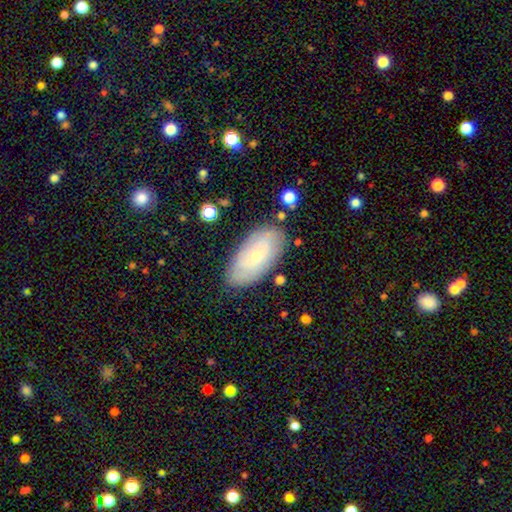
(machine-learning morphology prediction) Q: Smooth or featured?
A: smooth (48%); runner-up: featured or disk (45%)
Q: Merging?
A: none (81%); runner-up: minor disturbance (14%)